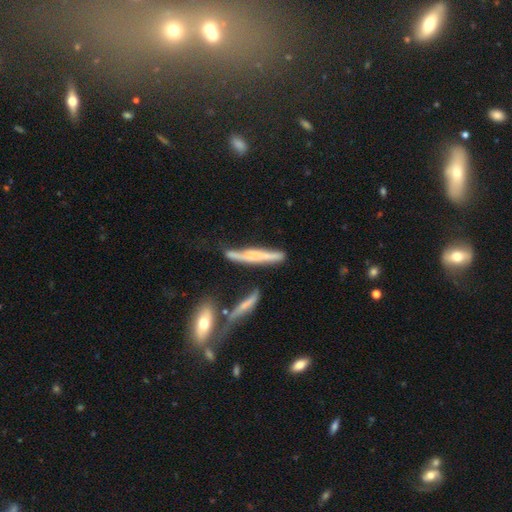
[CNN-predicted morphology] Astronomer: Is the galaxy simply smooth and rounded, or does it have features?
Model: featured or disk — 55% (runner-up: smooth, 36%).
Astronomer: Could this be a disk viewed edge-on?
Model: yes — 85%.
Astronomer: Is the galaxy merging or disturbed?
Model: none — 52%.